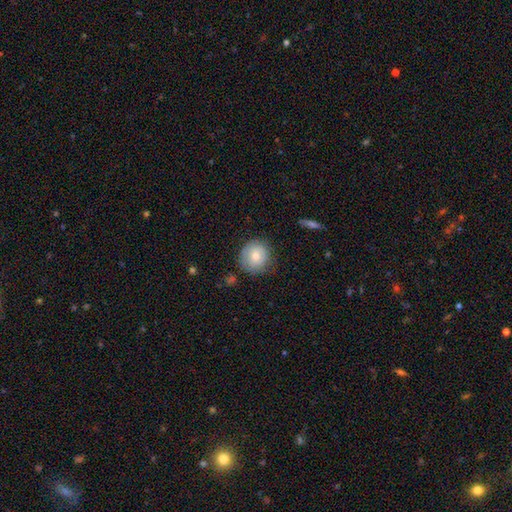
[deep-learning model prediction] Morphology: type=smooth (70%); roundness=round (88%); merging=none (74%).